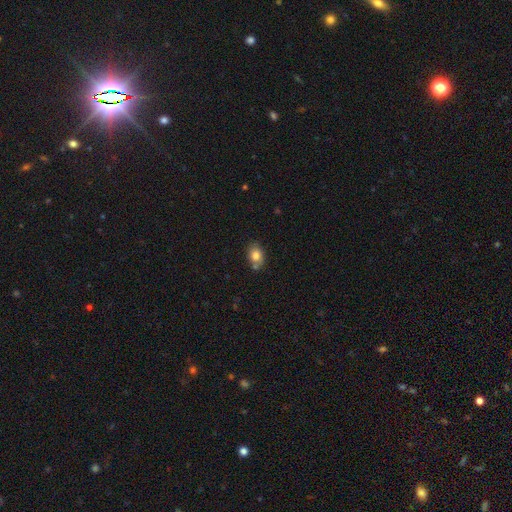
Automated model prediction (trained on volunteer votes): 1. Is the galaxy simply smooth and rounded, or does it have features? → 81% smooth, 10% featured or disk, 9% star or artifact.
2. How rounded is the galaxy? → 70% in between, 29% round, 1% cigar-shaped.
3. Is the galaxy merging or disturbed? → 67% none, 17% minor disturbance, 12% merger, 4% major disturbance.